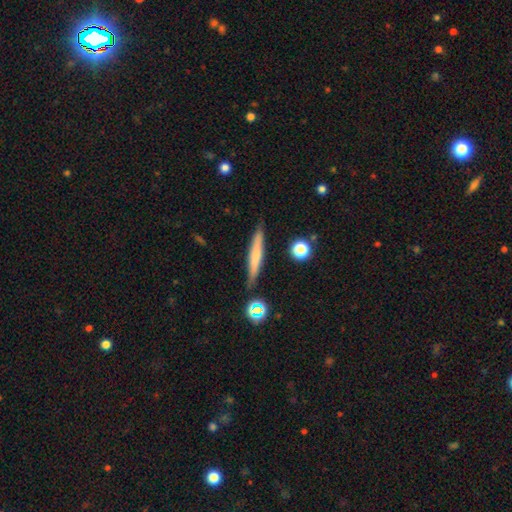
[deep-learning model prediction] smooth-or-featured: smooth: 58% | featured or disk: 34% | star or artifact: 8%
  how-rounded: cigar-shaped: 93% | in between: 5% | round: 2%
  merging: none: 86% | minor disturbance: 10% | merger: 2% | major disturbance: 2%